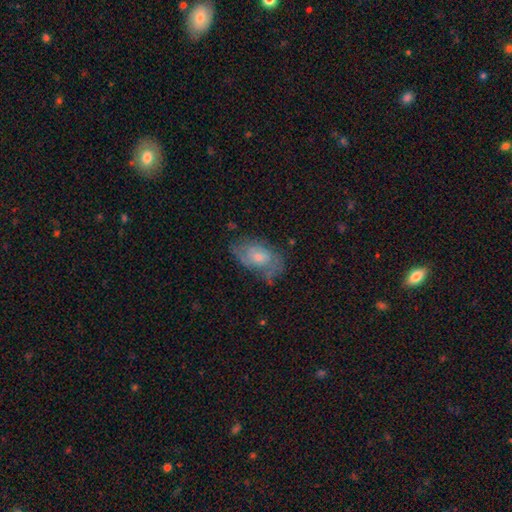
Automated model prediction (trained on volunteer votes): smooth_or_featured: featured or disk (p=0.54) [alt: smooth p=0.37]
disk_edge_on: no (p=0.93) [alt: yes p=0.07]
bar: no (p=0.73) [alt: weak p=0.23]
has_spiral_arms: yes (p=0.70) [alt: no p=0.30]
bulge_size: moderate (p=0.49) [alt: small p=0.34]
merging: none (p=0.60) [alt: minor disturbance p=0.26]